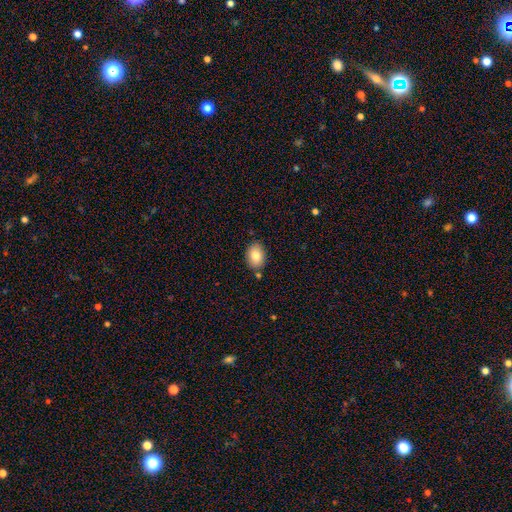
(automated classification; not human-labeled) Smooth or featured: smooth — 83% (featured or disk — 10%)
How rounded: in between — 78% (round — 21%)
Merging: none — 82% (minor disturbance — 12%)